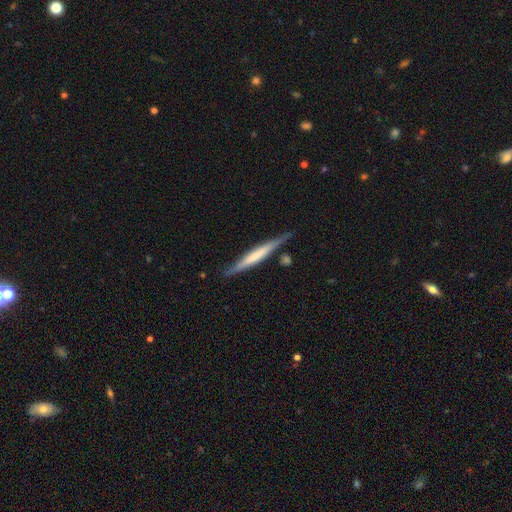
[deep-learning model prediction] The model was most divided on "smooth or featured": featured or disk: 56%, smooth: 39%, star or artifact: 5%. More confident: edge-on disk — yes (96%); merging — none (80%); edge-on bulge — none (55%).